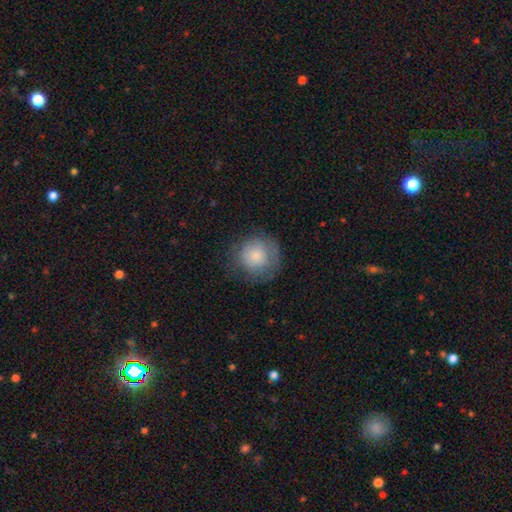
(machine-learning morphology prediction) The model was most divided on "merging": none: 72%, minor disturbance: 18%, major disturbance: 9%, merger: 1%. More confident: how rounded — round (92%); smooth or featured — smooth (79%).